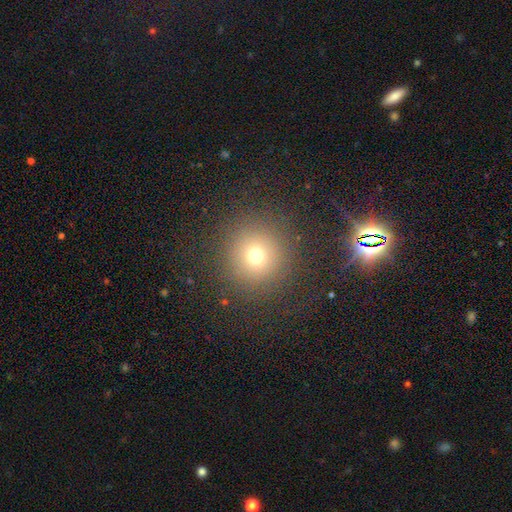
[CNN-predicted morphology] Overall: smooth (71%). How rounded: round (94%). Merging: none (87%).